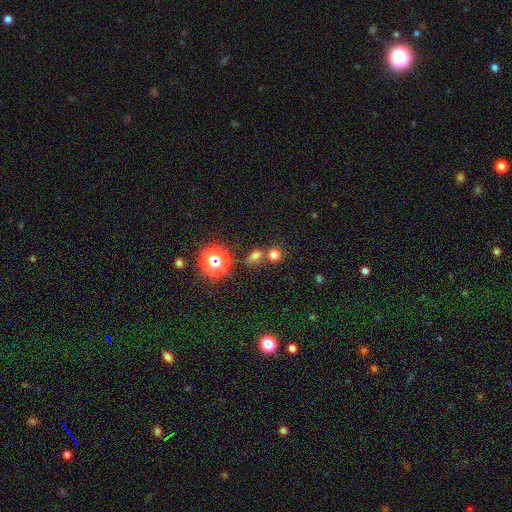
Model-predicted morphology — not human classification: A smooth galaxy with no disk features (63%) that is round (64%).

Vote fractions:
- Smooth or featured? smooth: 63% / star or artifact: 28% / featured or disk: 9%
- How rounded? round: 64% / in between: 34% / cigar-shaped: 2%
- Merging? none: 56% / merger: 30% / minor disturbance: 9% / major disturbance: 4%